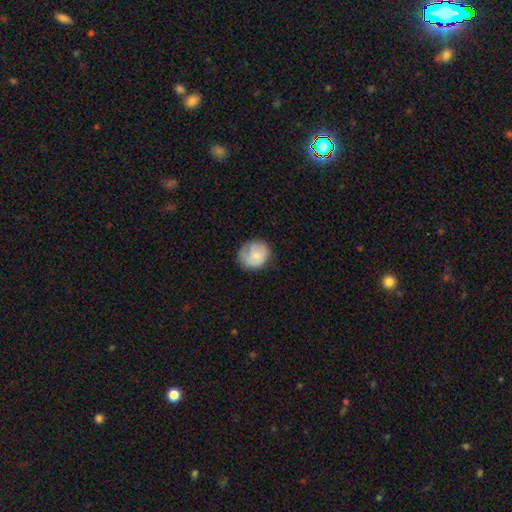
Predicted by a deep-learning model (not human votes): This appears to be a smooth galaxy with no disk features (72%) that is round (77%). Merging: none (65%).